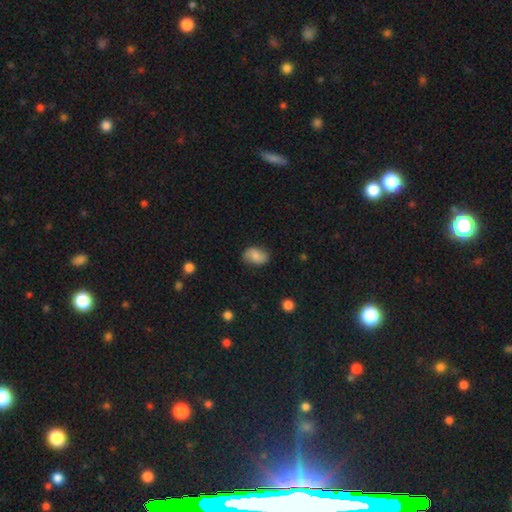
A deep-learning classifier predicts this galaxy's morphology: Smooth or featured? Predicted: smooth (p=0.67). How rounded? Predicted: in between (p=0.82). Merging? Predicted: none (p=0.75).